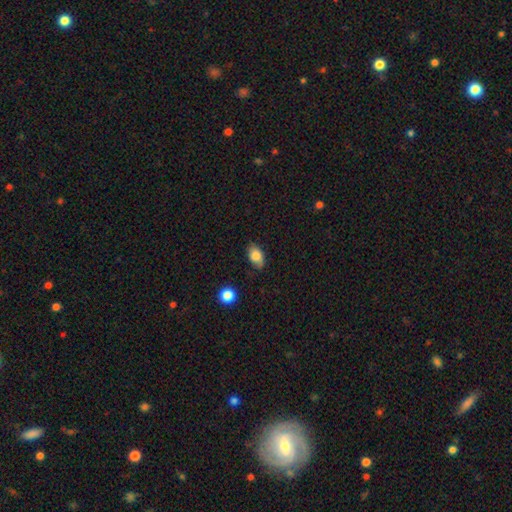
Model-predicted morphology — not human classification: The model was most divided on "merging": none: 74%, minor disturbance: 21%, major disturbance: 4%, merger: 2%. More confident: how rounded — in between (87%); smooth or featured — smooth (82%).